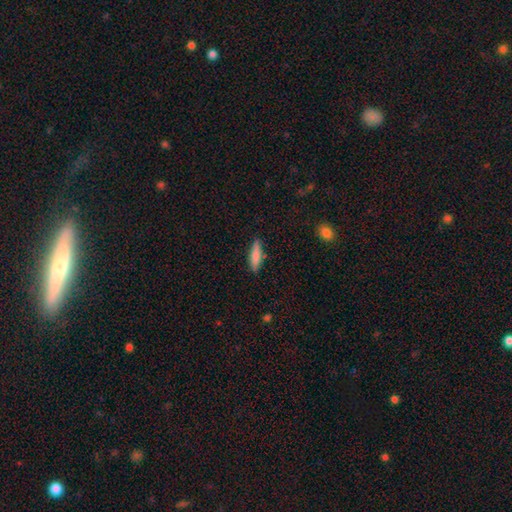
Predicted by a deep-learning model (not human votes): Morphology: type=smooth (76%); roundness=cigar-shaped (69%); merging=none (84%).